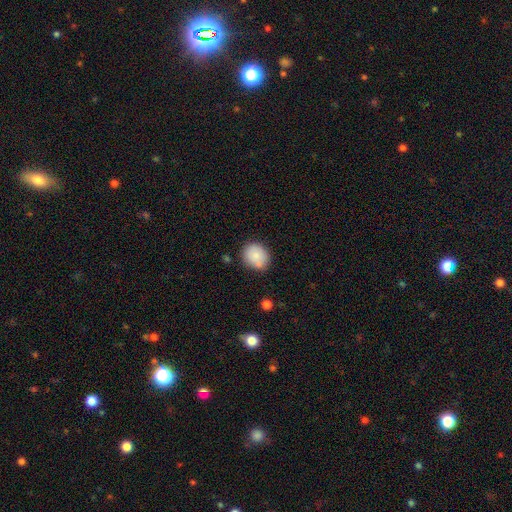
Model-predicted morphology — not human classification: Smooth or featured? smooth (85%)
How rounded? round (69%)
Merging? none (73%)